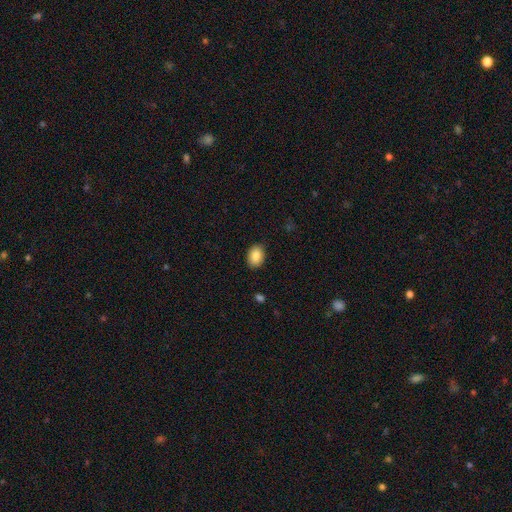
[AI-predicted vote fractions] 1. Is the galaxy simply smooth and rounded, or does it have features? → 86% smooth, 8% star or artifact, 7% featured or disk.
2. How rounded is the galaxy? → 74% in between, 25% round, 1% cigar-shaped.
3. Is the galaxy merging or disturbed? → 88% none, 9% minor disturbance, 2% major disturbance, 1% merger.